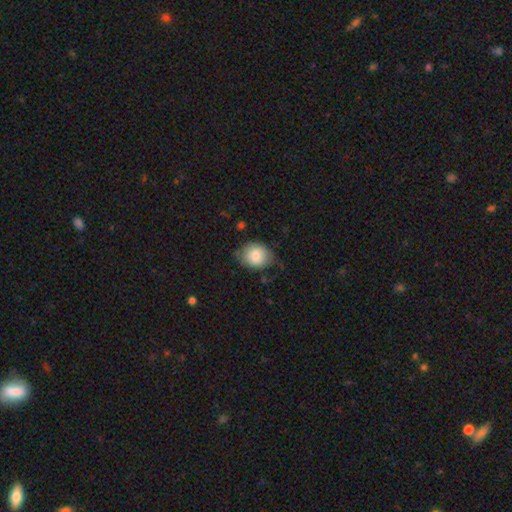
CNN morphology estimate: type=smooth (79%); roundness=round (54%); merging=none (59%).